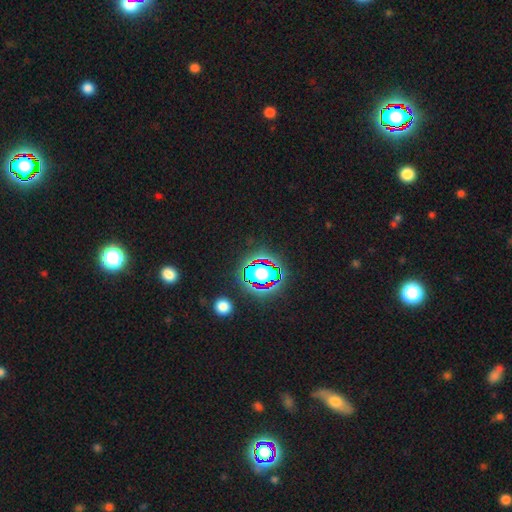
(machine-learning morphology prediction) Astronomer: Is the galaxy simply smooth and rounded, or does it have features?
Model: star or artifact — 81%.